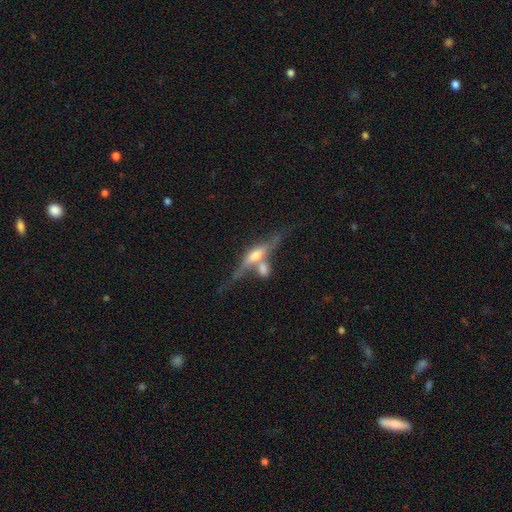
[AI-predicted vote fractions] Smooth or featured?
  - featured or disk: 74% *
  - smooth: 19%
  - star or artifact: 7%
Edge-on disk?
  - yes: 90% *
  - no: 10%
Edge-on bulge?
  - rounded: 83% *
  - boxy: 12%
  - none: 5%
Merging?
  - none: 45% *
  - merger: 35%
  - minor disturbance: 13%
  - major disturbance: 7%